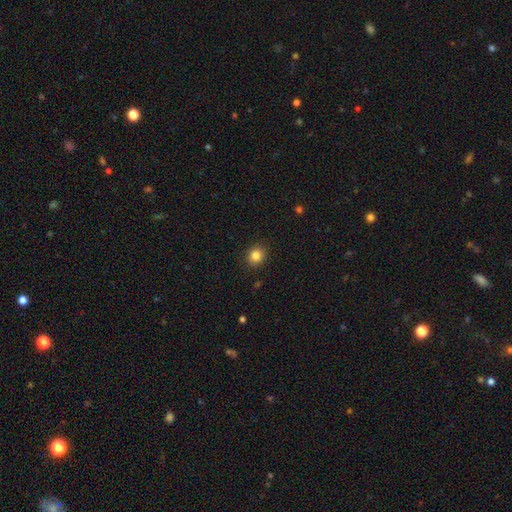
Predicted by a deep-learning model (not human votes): A smooth galaxy with no disk features (84%) that is round (77%). Merging: none (90%).